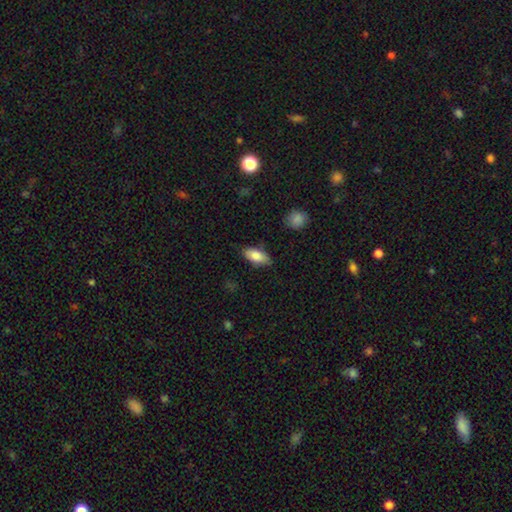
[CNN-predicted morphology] type=smooth (82%); roundness=in between (88%); merging=none (80%).